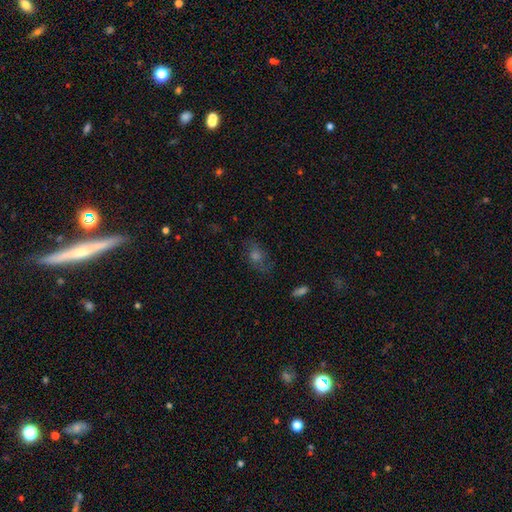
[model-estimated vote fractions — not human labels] Morphology: type=smooth (36%); merging=none (72%).